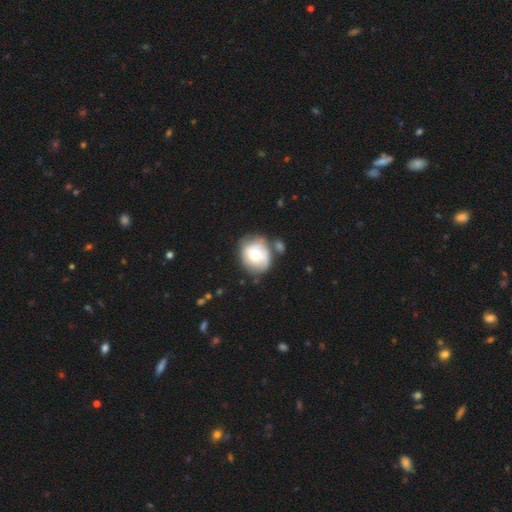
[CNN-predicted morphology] type=smooth (56%); roundness=round (69%); merging=none (53%).